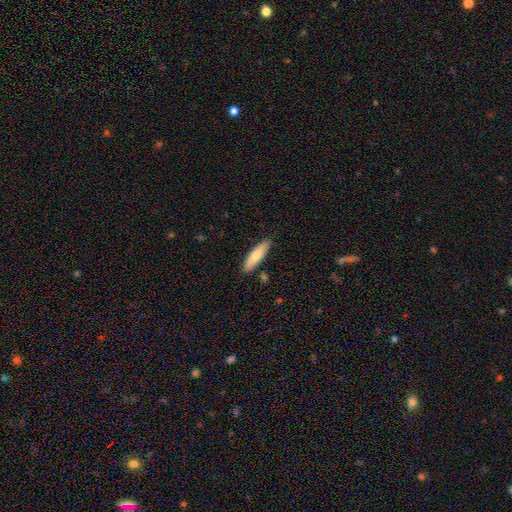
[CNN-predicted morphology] smooth 72%, featured or disk 23%, star or artifact 5%. Down the decision tree: how rounded — cigar-shaped (63%); merging — none (86%).